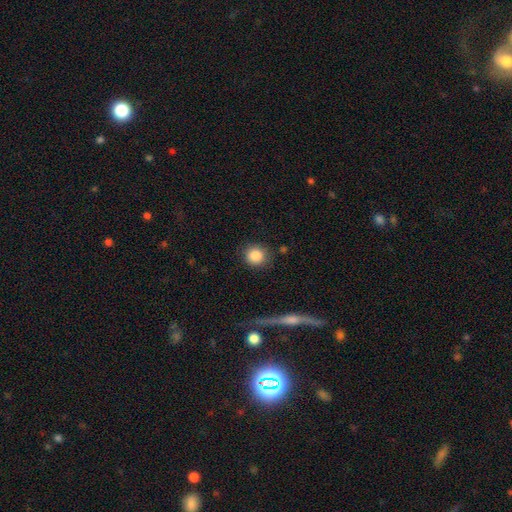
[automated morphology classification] Smooth or featured? smooth (85%)
How rounded? round (88%)
Merging? none (85%)